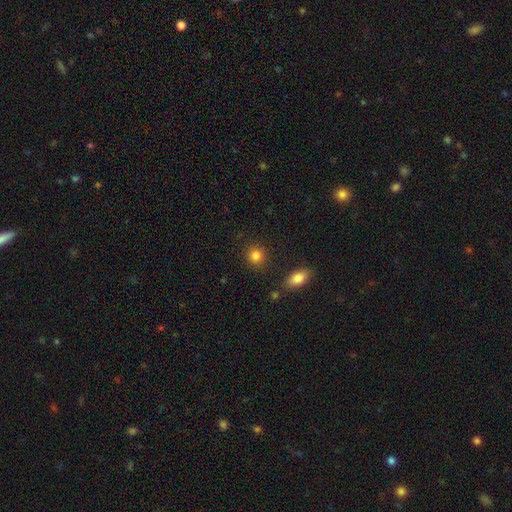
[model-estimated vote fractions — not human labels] A smooth galaxy with no disk features (85%) that is round (87%).

Vote fractions:
- Smooth or featured? smooth: 85% / star or artifact: 10% / featured or disk: 5%
- How rounded? round: 87% / in between: 12% / cigar-shaped: 1%
- Merging? none: 87% / minor disturbance: 8% / merger: 3% / major disturbance: 3%